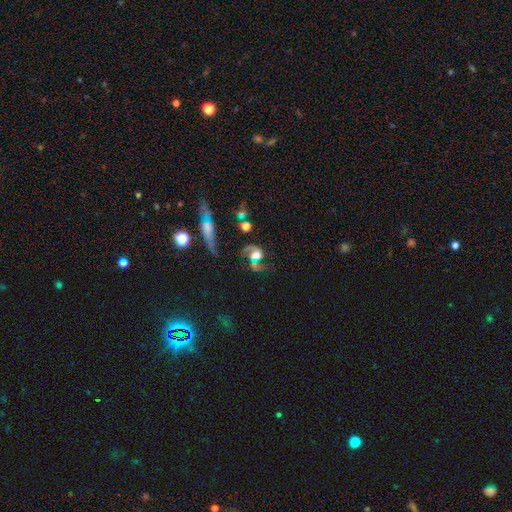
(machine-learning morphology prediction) Smooth or featured? Predicted: featured or disk (p=0.58). Edge-on disk? Predicted: no (p=0.95). Bar? Predicted: no (p=0.65). Spiral arms? Predicted: yes (p=0.80). Bulge size? Predicted: large (p=0.39). Merging? Predicted: none (p=0.38).